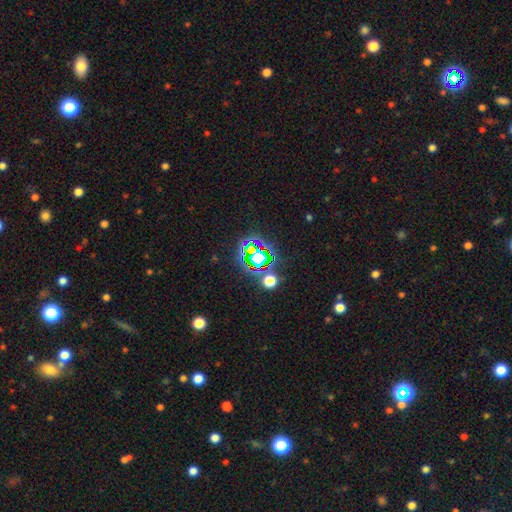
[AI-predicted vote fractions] A star or artifact, not a galaxy (70%).